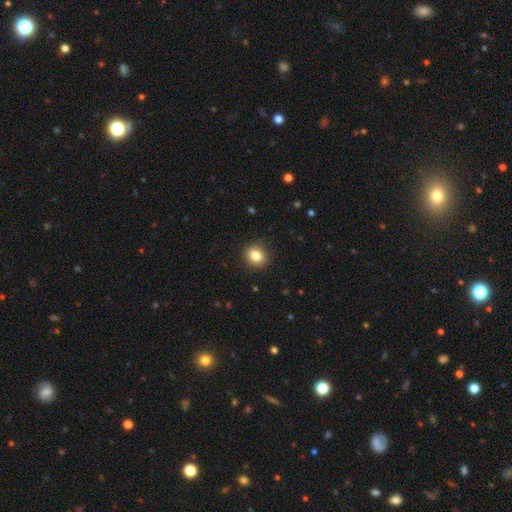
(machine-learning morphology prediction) Smooth or featured?
  - smooth: 84% *
  - star or artifact: 10%
  - featured or disk: 6%
How rounded?
  - round: 70% *
  - in between: 29%
  - cigar-shaped: 1%
Merging?
  - none: 89% *
  - minor disturbance: 8%
  - major disturbance: 2%
  - merger: 1%